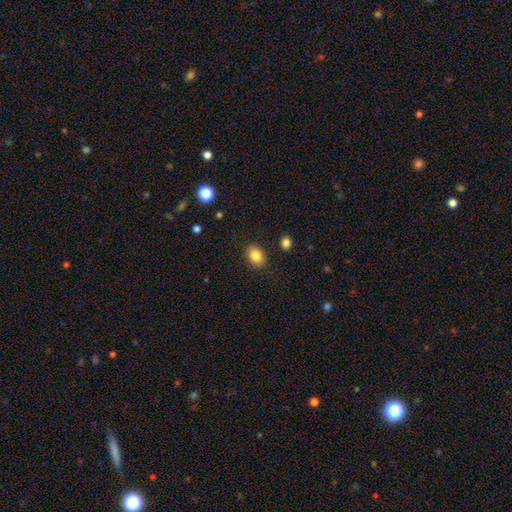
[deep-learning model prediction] The model was most divided on "how rounded": in between: 71%, round: 28%, cigar-shaped: 1%. More confident: merging — none (87%); smooth or featured — smooth (85%).